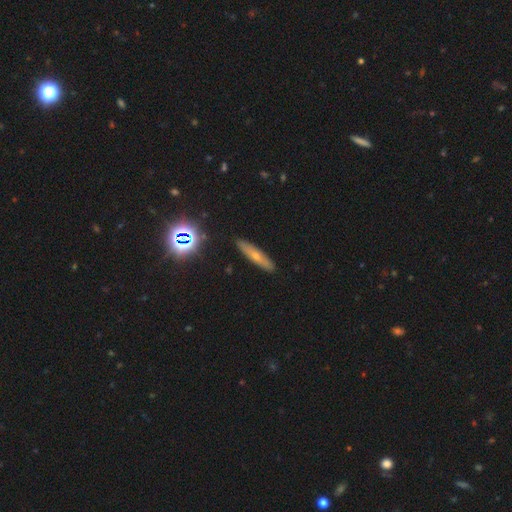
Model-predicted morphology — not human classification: smooth-or-featured: smooth: 53% | featured or disk: 35% | star or artifact: 12%
  how-rounded: cigar-shaped: 85% | in between: 13% | round: 3%
  merging: none: 89% | minor disturbance: 8% | major disturbance: 2% | merger: 1%